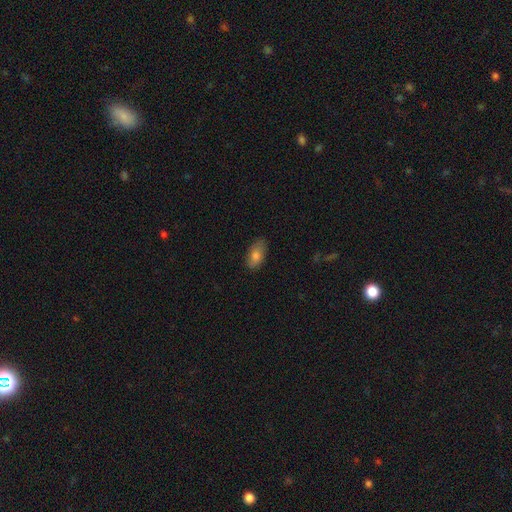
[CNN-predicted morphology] smooth 79%, featured or disk 14%, star or artifact 7%. Down the decision tree: how rounded — in between (91%); merging — none (80%).